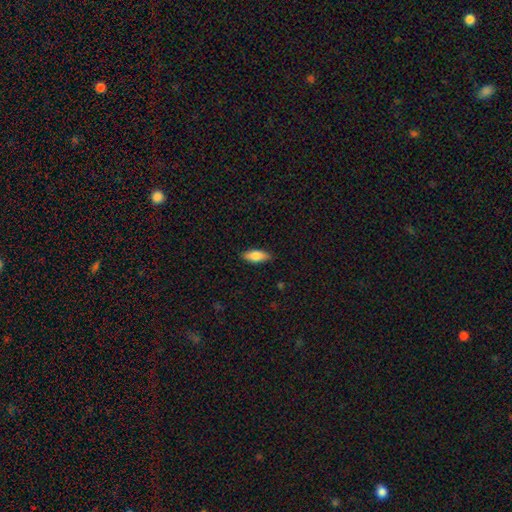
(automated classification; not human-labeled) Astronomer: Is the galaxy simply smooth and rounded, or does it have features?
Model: smooth — 81%.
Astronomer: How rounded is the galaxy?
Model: in between — 78%.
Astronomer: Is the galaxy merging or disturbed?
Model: none — 88%.